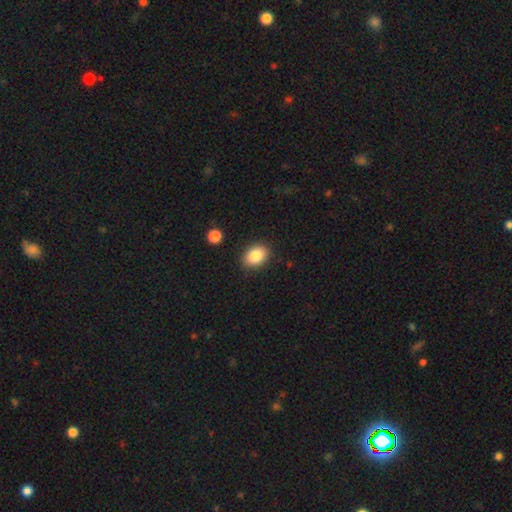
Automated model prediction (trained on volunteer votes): This appears to be a smooth galaxy with no disk features (85%) that is in between round and cigar-shaped (71%). Merging: none (88%).